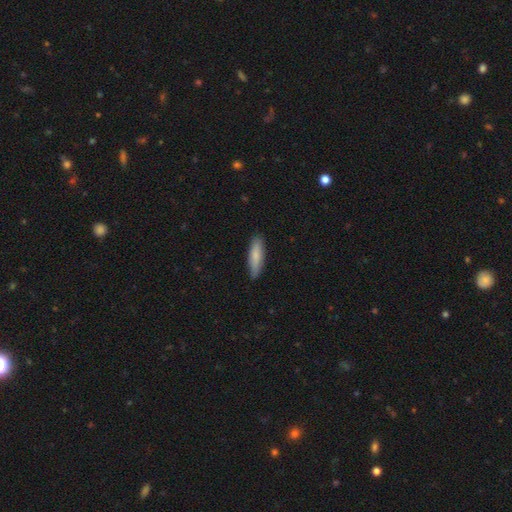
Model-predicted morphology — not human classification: A smooth galaxy with no disk features (80%) that is cigar-shaped (62%).

Vote fractions:
- Smooth or featured? smooth: 80% / featured or disk: 14% / star or artifact: 5%
- How rounded? cigar-shaped: 62% / in between: 37% / round: 2%
- Merging? none: 85% / minor disturbance: 12% / major disturbance: 2% / merger: 1%